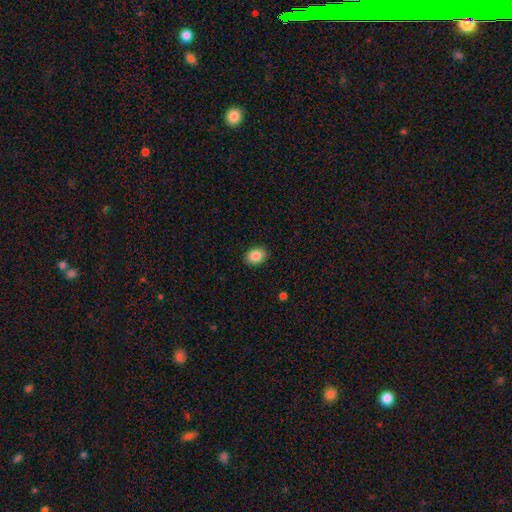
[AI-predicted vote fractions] This is clearly a smooth galaxy (87%). How rounded: likely in between (65%). Merging: clearly none (90%).